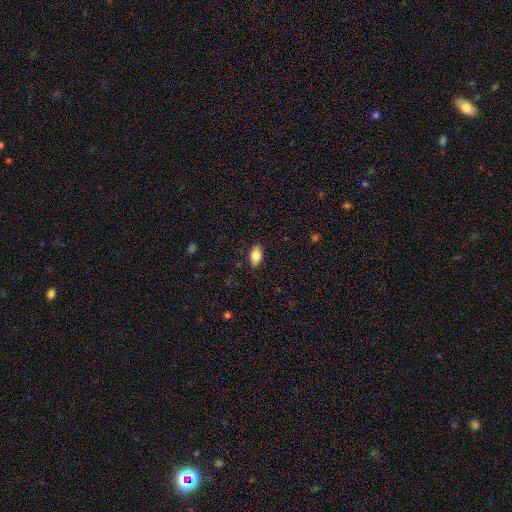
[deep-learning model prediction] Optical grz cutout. It shows a smooth galaxy with no disk features (85%) that is in between round and cigar-shaped (90%). Merging: none (87%).